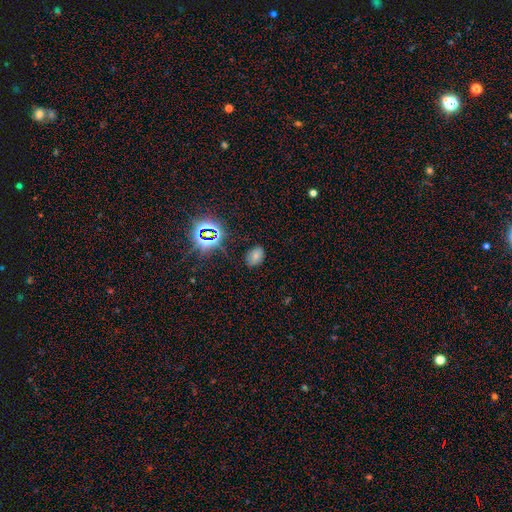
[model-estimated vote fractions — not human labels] smooth 61%, star or artifact 26%, featured or disk 12%. Down the decision tree: how rounded — in between (80%); merging — none (80%).